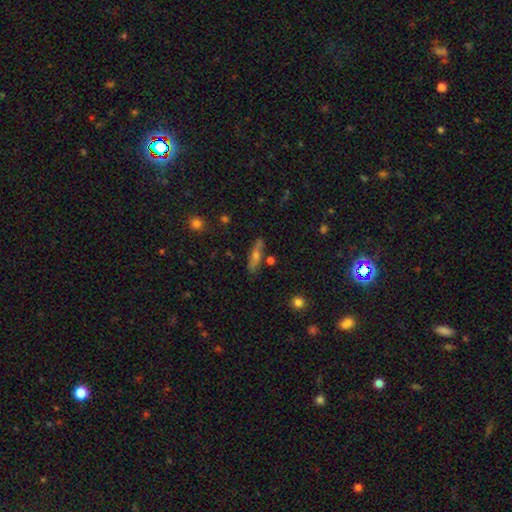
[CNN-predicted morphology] smooth 47%, featured or disk 42%, star or artifact 11%. Down the decision tree: merging — none (77%).